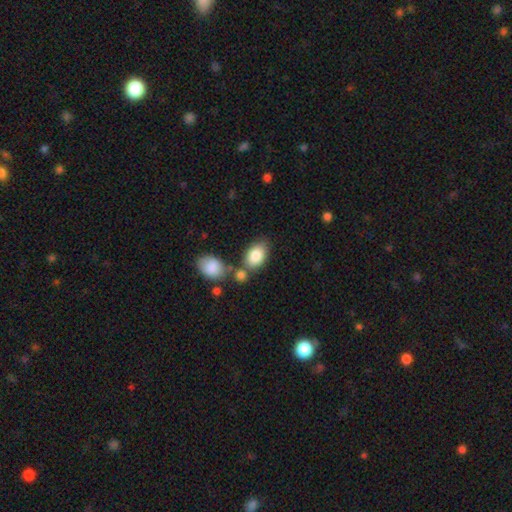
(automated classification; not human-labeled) Smooth or featured? smooth (84%)
How rounded? in between (86%)
Merging? none (59%)